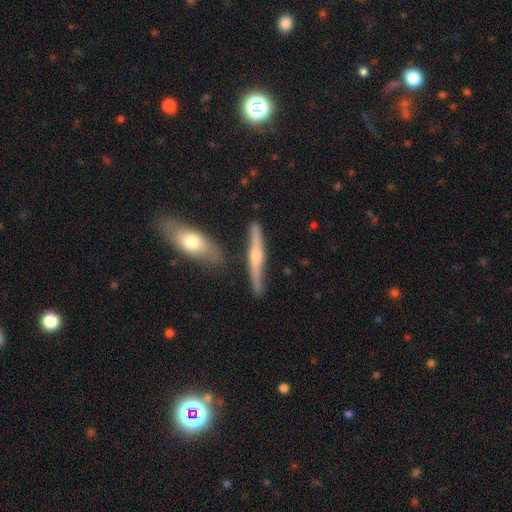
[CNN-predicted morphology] The model was most divided on "smooth or featured": featured or disk: 68%, smooth: 22%, star or artifact: 11%. More confident: edge-on disk — yes (92%); edge-on bulge — rounded (88%); merging — none (77%).